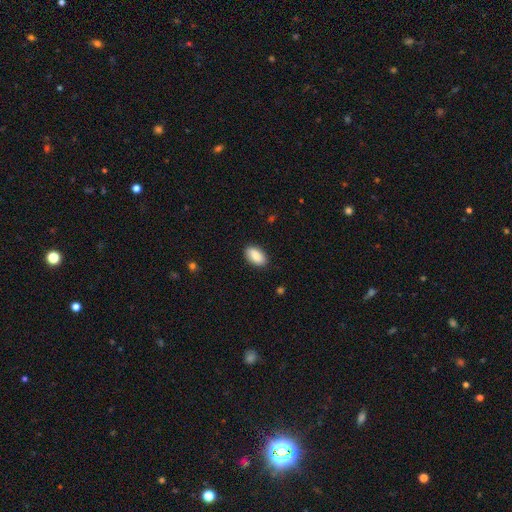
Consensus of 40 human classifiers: smooth-or-featured: smooth: 90% | featured or disk: 5% | star or artifact: 5%
  how-rounded: in between: 86% | round: 11% | cigar-shaped: 3%
  merging: none: 87% | minor disturbance: 11% | merger: 3% | major disturbance: 0%